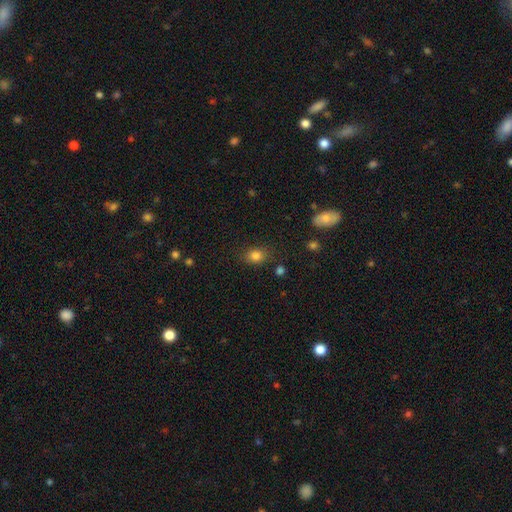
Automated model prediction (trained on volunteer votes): The model was most divided on "how rounded": in between: 53%, round: 45%, cigar-shaped: 1%. More confident: smooth or featured — smooth (82%); merging — none (81%).